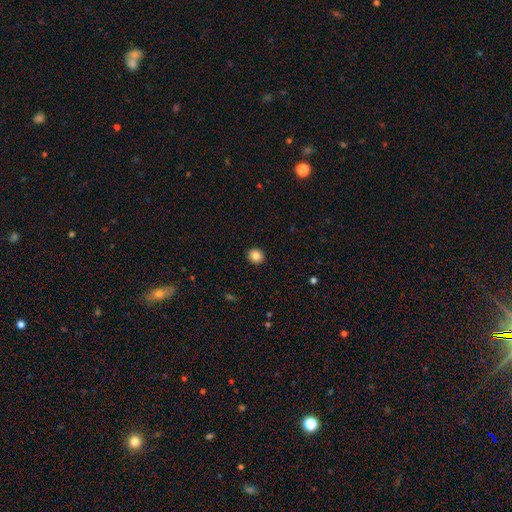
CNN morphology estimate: Smooth or featured? Predicted: smooth (p=0.84). How rounded? Predicted: round (p=0.86). Merging? Predicted: none (p=0.92).